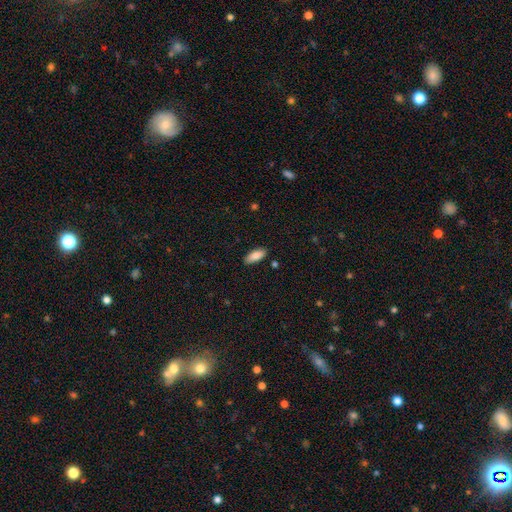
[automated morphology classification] Smooth or featured?
  - smooth: 85% *
  - featured or disk: 8%
  - star or artifact: 6%
How rounded?
  - in between: 80% *
  - cigar-shaped: 18%
  - round: 2%
Merging?
  - none: 85% *
  - minor disturbance: 11%
  - major disturbance: 2%
  - merger: 2%